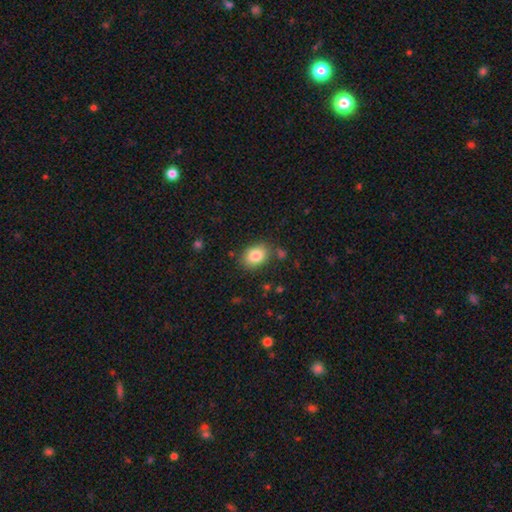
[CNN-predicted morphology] A smooth galaxy with no disk features (83%) that is in between round and cigar-shaped (71%). Merging: none (80%).